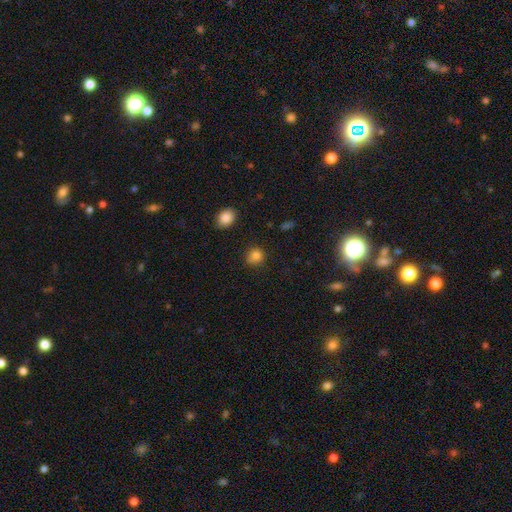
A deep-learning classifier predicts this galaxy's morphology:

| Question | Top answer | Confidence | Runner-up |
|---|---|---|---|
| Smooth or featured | smooth | 83% | star or artifact (12%) |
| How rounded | round | 84% | in between (15%) |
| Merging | none | 76% | minor disturbance (16%) |